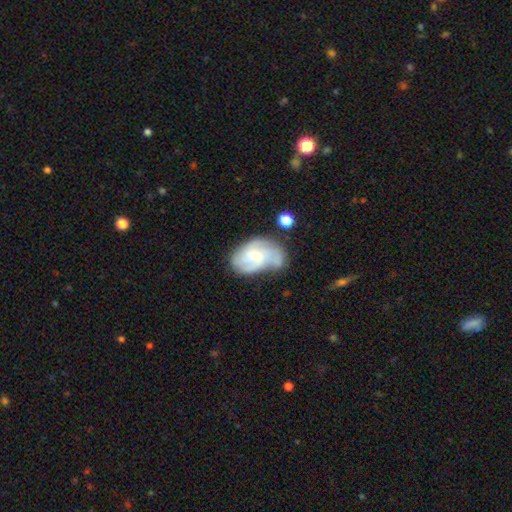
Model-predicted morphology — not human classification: type=featured or disk (59%); edge-on=no (97%); bar=no (50%); spiral arms=yes (80%); bulge=small (45%); merging=none (39%).